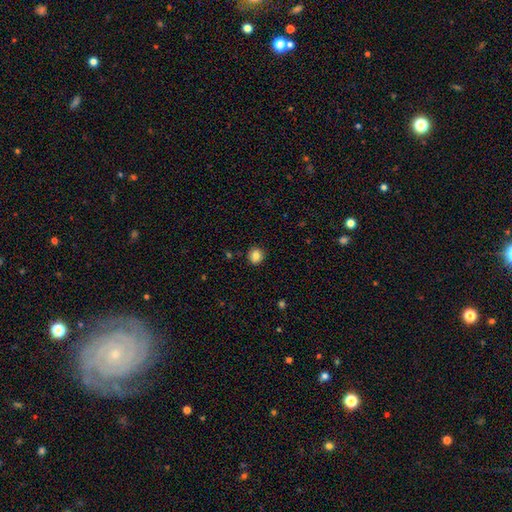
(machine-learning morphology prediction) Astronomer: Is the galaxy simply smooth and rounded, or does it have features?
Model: smooth — 84%.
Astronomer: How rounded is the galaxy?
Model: round — 86%.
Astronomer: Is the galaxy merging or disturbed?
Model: none — 90%.